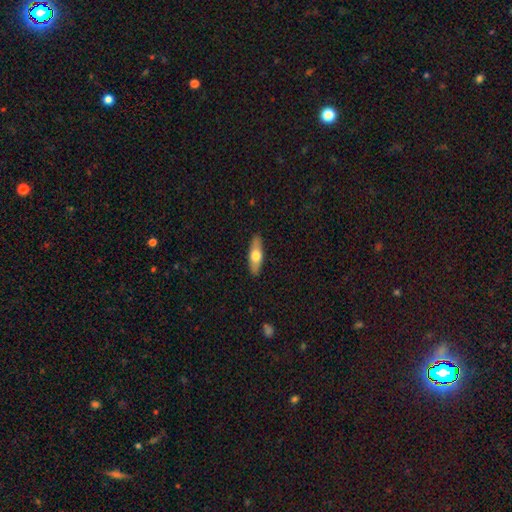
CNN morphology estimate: Smooth or featured: smooth — 57% (featured or disk — 38%)
How rounded: in between — 49% (cigar-shaped — 48%)
Merging: none — 89% (minor disturbance — 8%)